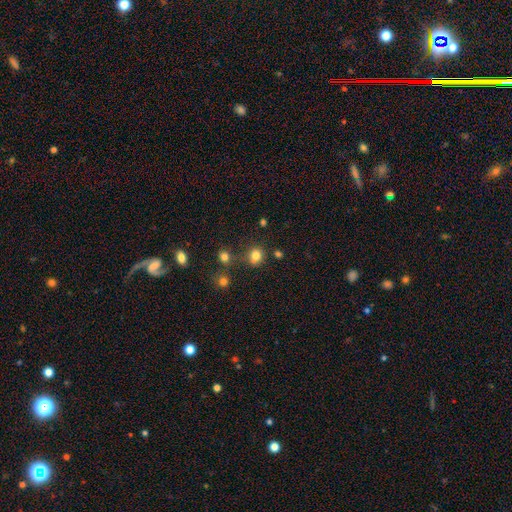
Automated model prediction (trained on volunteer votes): Smooth or featured? Predicted: smooth (p=0.78). How rounded? Predicted: round (p=0.82). Merging? Predicted: none (p=0.66).